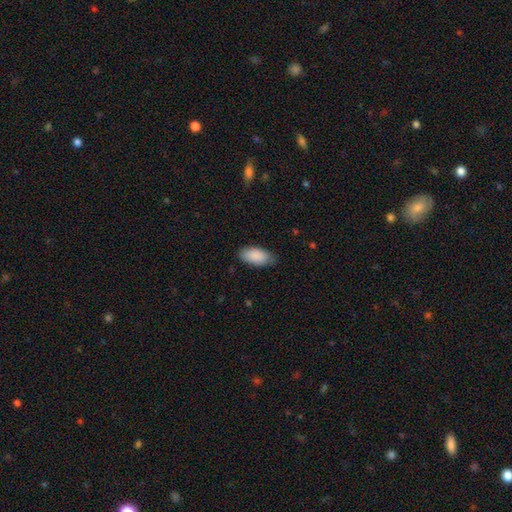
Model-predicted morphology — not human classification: Q: Smooth or featured?
A: smooth (90%); runner-up: star or artifact (6%)
Q: How rounded?
A: in between (93%); runner-up: cigar-shaped (5%)
Q: Merging?
A: none (77%); runner-up: minor disturbance (19%)